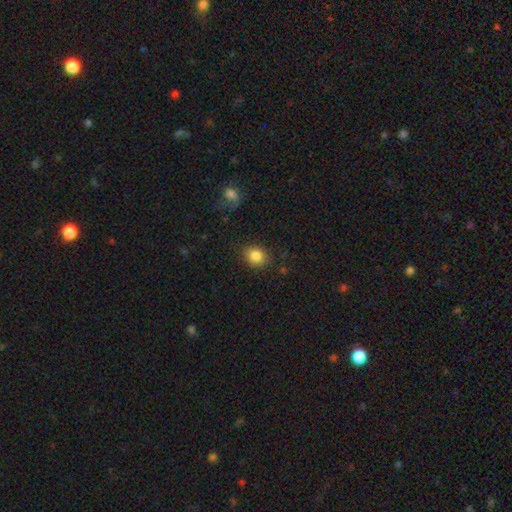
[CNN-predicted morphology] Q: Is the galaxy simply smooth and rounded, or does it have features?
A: smooth — 85%.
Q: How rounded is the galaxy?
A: round — 57%.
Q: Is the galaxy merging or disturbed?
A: none — 82%.